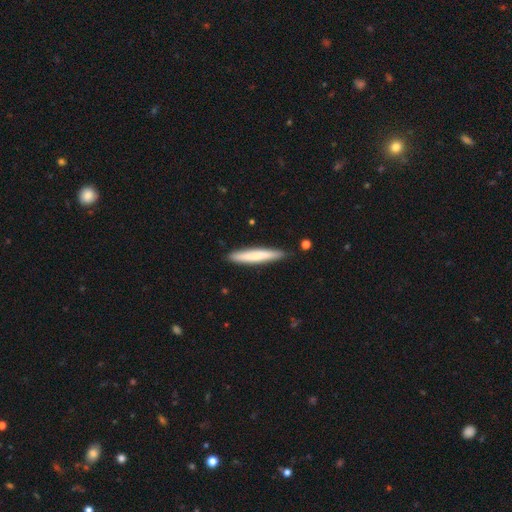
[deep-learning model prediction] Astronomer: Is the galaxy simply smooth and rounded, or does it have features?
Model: smooth — 72%.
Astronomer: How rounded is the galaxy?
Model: cigar-shaped — 93%.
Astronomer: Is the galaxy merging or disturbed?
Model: none — 88%.